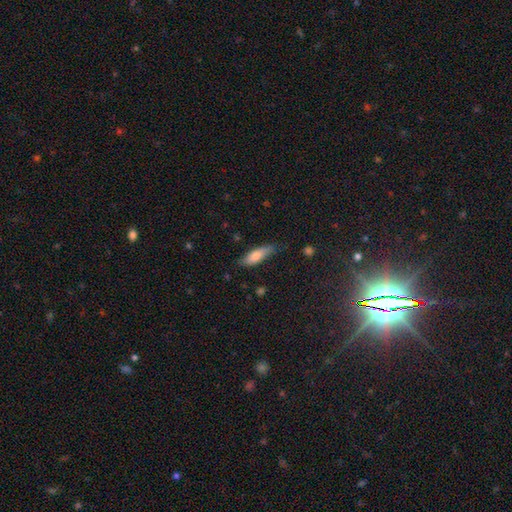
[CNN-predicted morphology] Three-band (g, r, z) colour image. It shows a smooth galaxy with no disk features (74%) that is cigar-shaped (51%). Merging: none (71%).